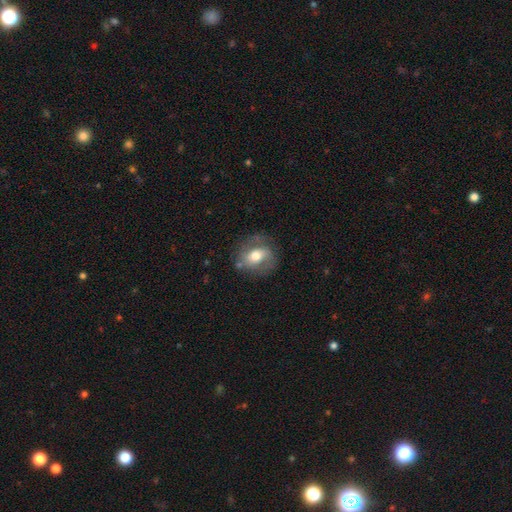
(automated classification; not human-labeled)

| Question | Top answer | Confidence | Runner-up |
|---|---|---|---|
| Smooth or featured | featured or disk | 50% | smooth (43%) |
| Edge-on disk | no | 95% | yes (5%) |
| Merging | none | 68% | minor disturbance (20%) |